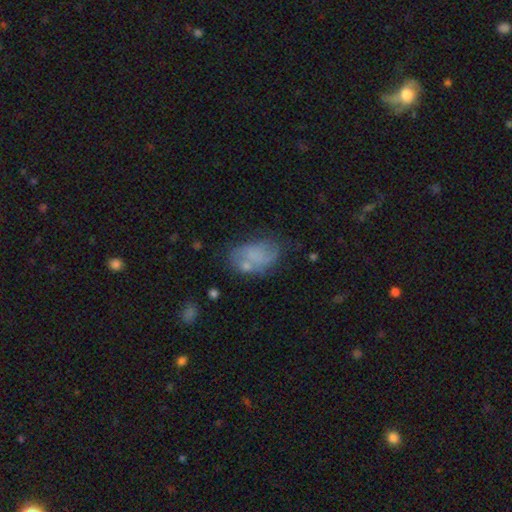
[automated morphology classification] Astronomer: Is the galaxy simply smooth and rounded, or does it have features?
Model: smooth — 63%.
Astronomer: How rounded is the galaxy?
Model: in between — 87%.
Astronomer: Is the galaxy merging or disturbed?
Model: none — 43% (runner-up: minor disturbance, 28%).